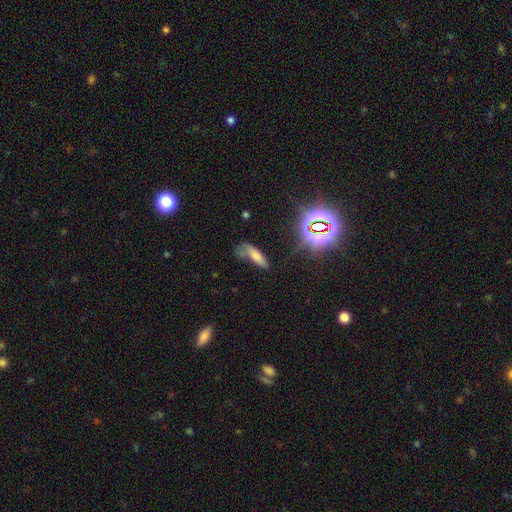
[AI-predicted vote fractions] Smooth or featured? smooth (65%)
How rounded? cigar-shaped (50%)
Merging? none (41%)